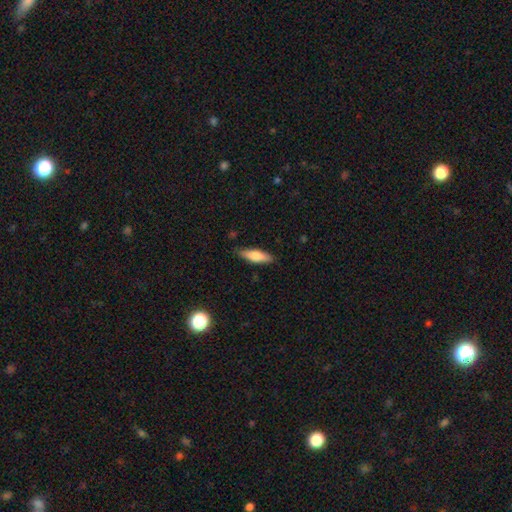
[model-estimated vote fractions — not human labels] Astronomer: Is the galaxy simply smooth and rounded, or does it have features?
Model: smooth — 75%.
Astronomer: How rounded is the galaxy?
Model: cigar-shaped — 53% (runner-up: in between, 45%).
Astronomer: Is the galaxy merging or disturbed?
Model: none — 85%.